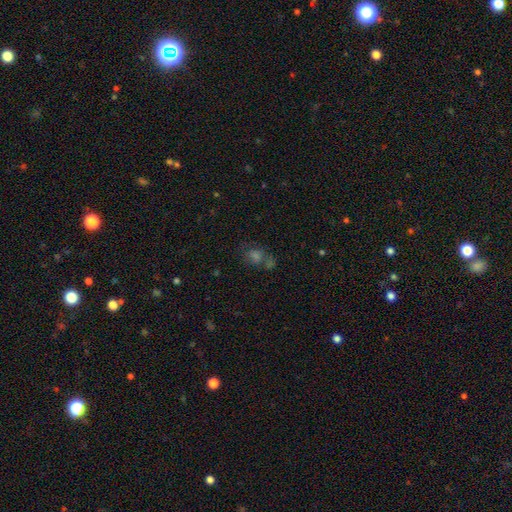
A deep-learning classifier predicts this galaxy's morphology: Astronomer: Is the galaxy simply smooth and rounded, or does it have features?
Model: smooth — 47% (runner-up: star or artifact, 33%).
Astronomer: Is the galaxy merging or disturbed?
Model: none — 53%.